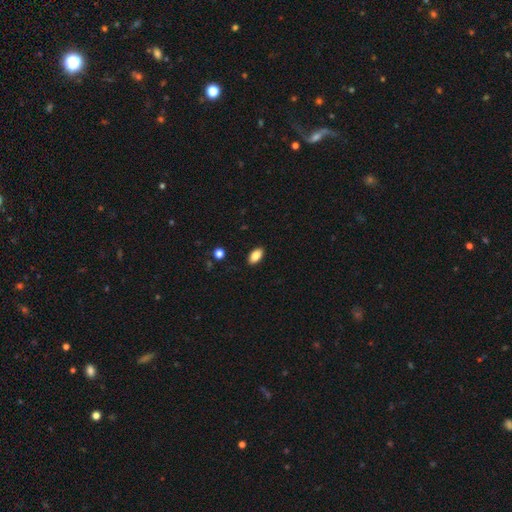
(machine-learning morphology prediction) Smooth or featured? smooth (85%)
How rounded? in between (92%)
Merging? none (89%)